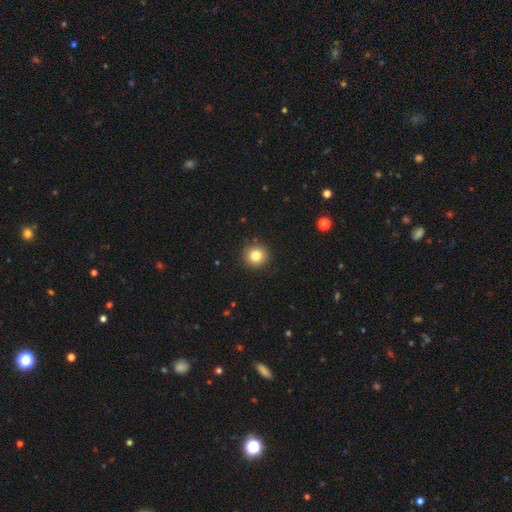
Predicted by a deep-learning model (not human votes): Q: Smooth or featured?
A: smooth (82%); runner-up: star or artifact (11%)
Q: How rounded?
A: round (94%); runner-up: in between (5%)
Q: Merging?
A: none (91%); runner-up: minor disturbance (6%)